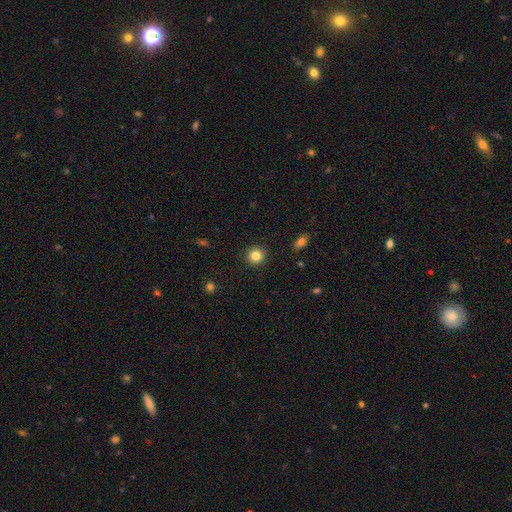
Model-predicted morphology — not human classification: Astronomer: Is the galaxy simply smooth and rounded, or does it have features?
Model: smooth — 84%.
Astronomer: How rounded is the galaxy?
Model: round — 94%.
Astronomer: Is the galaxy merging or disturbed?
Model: none — 92%.